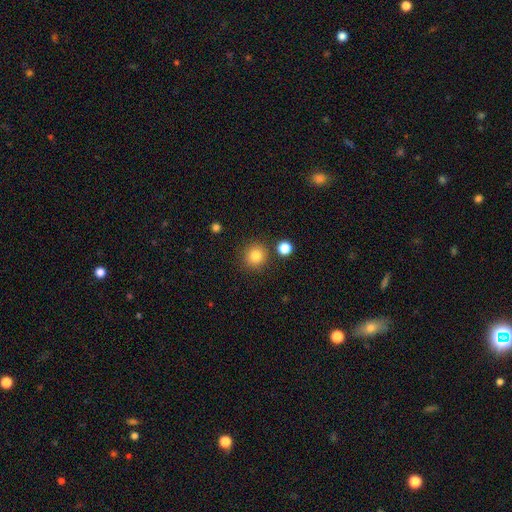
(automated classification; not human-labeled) Q: Smooth or featured?
A: smooth (83%); runner-up: star or artifact (11%)
Q: How rounded?
A: round (92%); runner-up: in between (7%)
Q: Merging?
A: none (86%); runner-up: minor disturbance (7%)